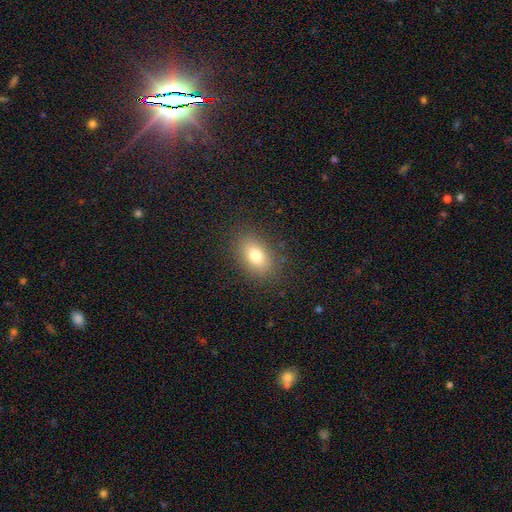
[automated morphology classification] The model was most divided on "smooth or featured": smooth: 78%, featured or disk: 12%, star or artifact: 10%. More confident: merging — none (86%); how rounded — in between (85%).